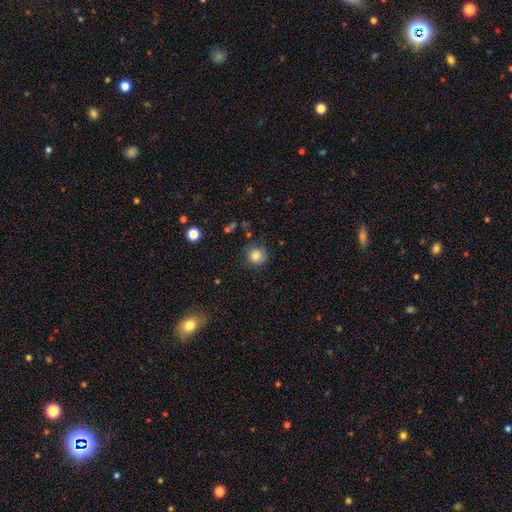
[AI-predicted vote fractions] smooth_or_featured: smooth (p=0.83) [alt: star or artifact p=0.10]
how_rounded: round (p=0.90) [alt: in between p=0.09]
merging: none (p=0.79) [alt: minor disturbance p=0.14]